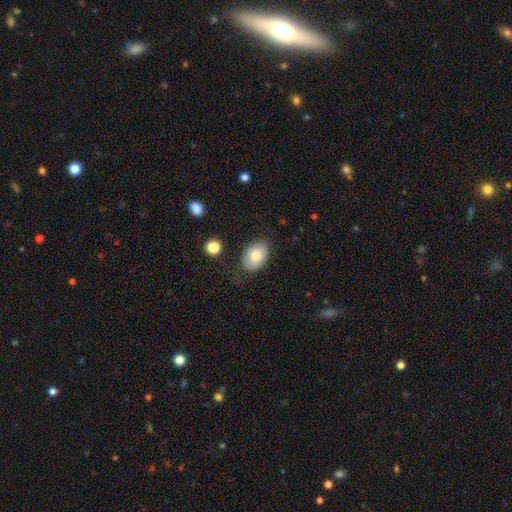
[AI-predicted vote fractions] Overall: smooth (80%). How rounded: in between (84%). Merging: none (79%).